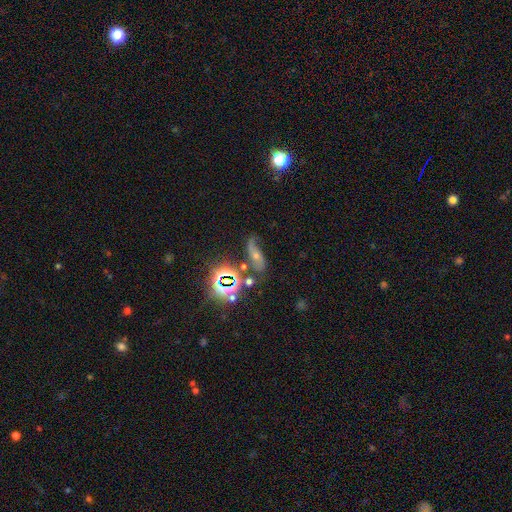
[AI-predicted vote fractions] Smooth or featured: featured or disk — 42% (star or artifact — 36%)
Merging: none — 60% (minor disturbance — 20%)